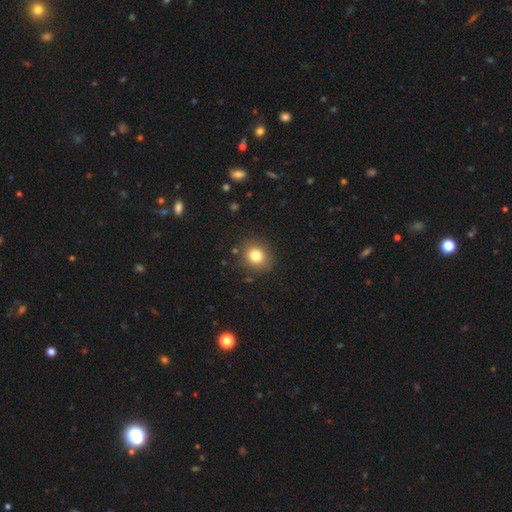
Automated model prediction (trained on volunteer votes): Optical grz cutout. It shows a smooth galaxy with no disk features (81%) that is round (77%). Merging: none (87%).